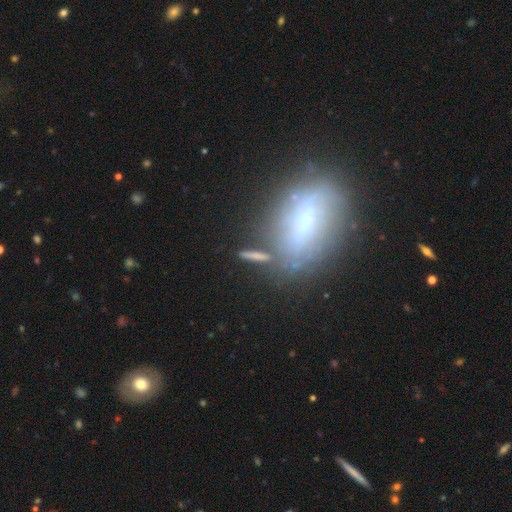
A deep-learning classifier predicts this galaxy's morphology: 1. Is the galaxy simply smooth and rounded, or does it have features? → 60% smooth, 27% featured or disk, 13% star or artifact.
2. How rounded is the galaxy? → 72% cigar-shaped, 19% in between, 9% round.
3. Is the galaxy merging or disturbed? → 75% none, 12% minor disturbance, 7% merger, 5% major disturbance.